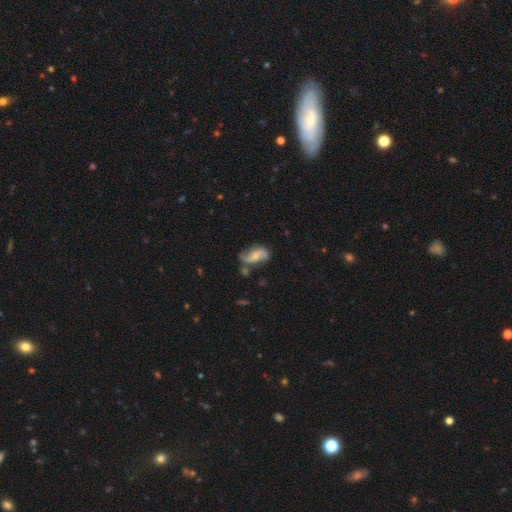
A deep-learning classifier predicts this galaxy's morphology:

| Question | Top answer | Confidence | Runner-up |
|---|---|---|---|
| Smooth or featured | featured or disk | 66% | smooth (27%) |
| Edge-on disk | no | 95% | yes (5%) |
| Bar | no | 52% | weak (35%) |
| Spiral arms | yes | 90% | no (10%) |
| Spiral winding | loose | 60% | medium (29%) |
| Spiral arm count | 2 | 87% | can't tell (6%) |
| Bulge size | small | 49% | moderate (39%) |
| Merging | none | 57% | minor disturbance (24%) |